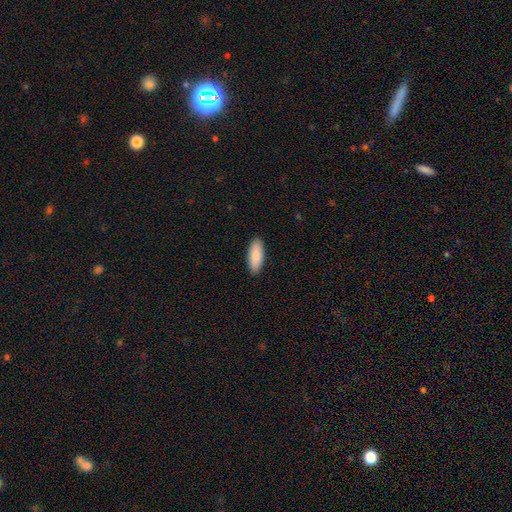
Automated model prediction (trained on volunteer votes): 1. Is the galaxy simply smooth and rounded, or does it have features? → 90% smooth, 5% star or artifact, 5% featured or disk.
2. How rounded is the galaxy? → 73% in between, 26% cigar-shaped, 2% round.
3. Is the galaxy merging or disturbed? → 90% none, 7% minor disturbance, 2% major disturbance, 1% merger.